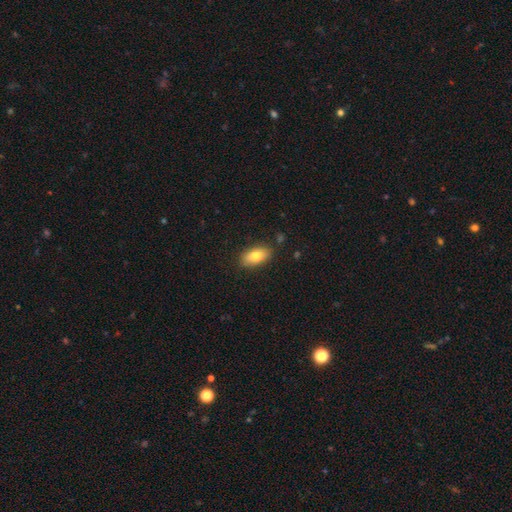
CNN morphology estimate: Q: Smooth or featured?
A: smooth (75%); runner-up: featured or disk (17%)
Q: How rounded?
A: in between (89%); runner-up: cigar-shaped (6%)
Q: Merging?
A: none (83%); runner-up: minor disturbance (13%)